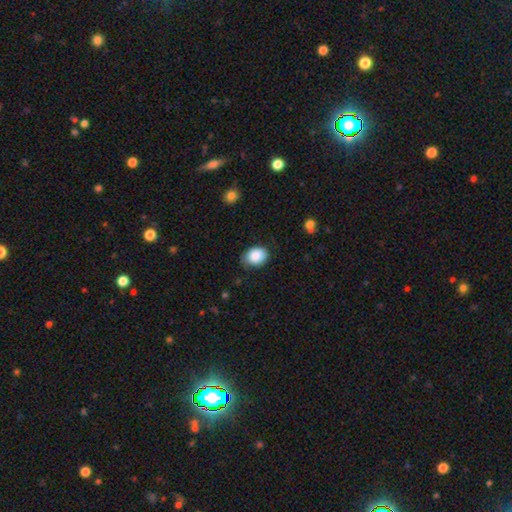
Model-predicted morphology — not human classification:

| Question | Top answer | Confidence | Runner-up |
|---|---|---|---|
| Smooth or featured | smooth | 87% | star or artifact (7%) |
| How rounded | in between | 62% | round (37%) |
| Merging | none | 70% | minor disturbance (25%) |